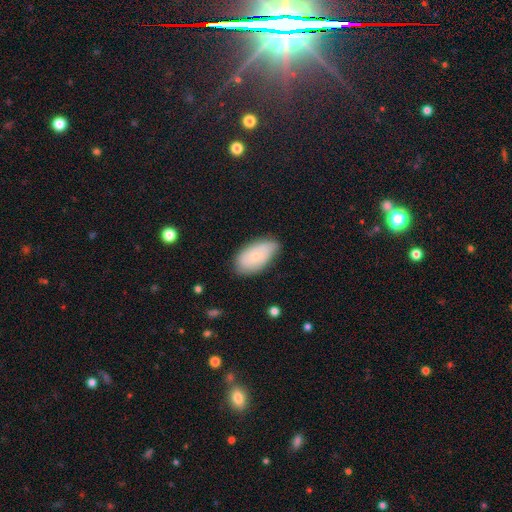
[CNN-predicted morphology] A smooth galaxy with no disk features (70%) that is in between round and cigar-shaped (94%).

Vote fractions:
- Smooth or featured? smooth: 70% / featured or disk: 22% / star or artifact: 7%
- How rounded? in between: 94% / cigar-shaped: 3% / round: 3%
- Merging? none: 69% / minor disturbance: 25% / major disturbance: 5% / merger: 2%